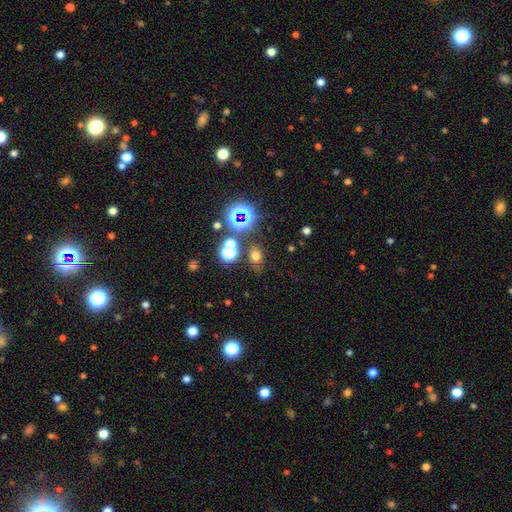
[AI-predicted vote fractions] Overall: smooth (61%; star or artifact 30%). How rounded: in between (54%; round 44%). Merging: none (74%).